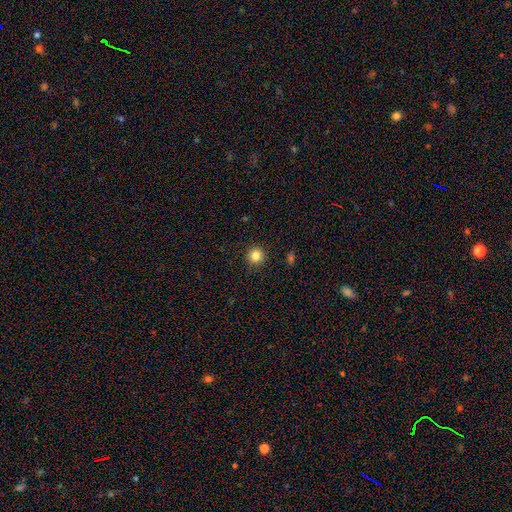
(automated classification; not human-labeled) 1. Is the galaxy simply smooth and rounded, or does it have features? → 83% smooth, 11% star or artifact, 6% featured or disk.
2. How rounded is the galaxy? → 94% round, 5% in between, 1% cigar-shaped.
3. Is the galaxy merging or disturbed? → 91% none, 6% minor disturbance, 2% major disturbance, 1% merger.